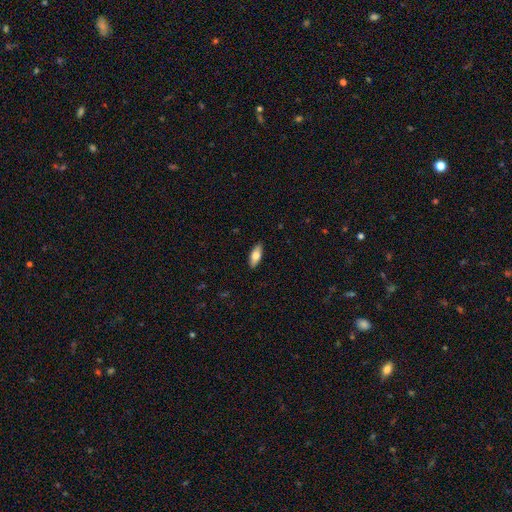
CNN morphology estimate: Smooth or featured? smooth (72%)
How rounded? in between (78%)
Merging? none (89%)